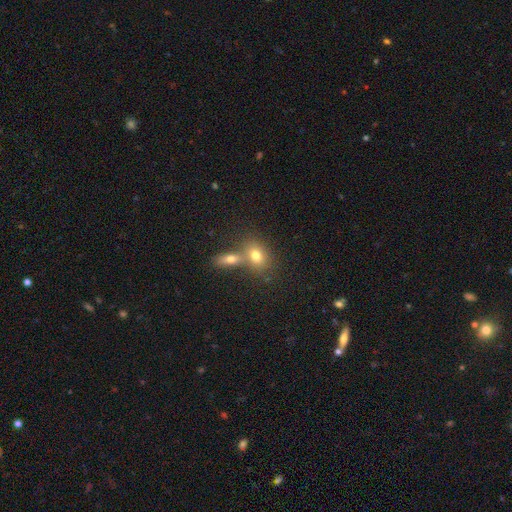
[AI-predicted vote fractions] A smooth galaxy with no disk features (73%) that is in between round and cigar-shaped (63%).

Vote fractions:
- Smooth or featured? smooth: 73% / featured or disk: 15% / star or artifact: 11%
- How rounded? in between: 63% / round: 34% / cigar-shaped: 3%
- Merging? merger: 47% / none: 41% / minor disturbance: 9% / major disturbance: 4%